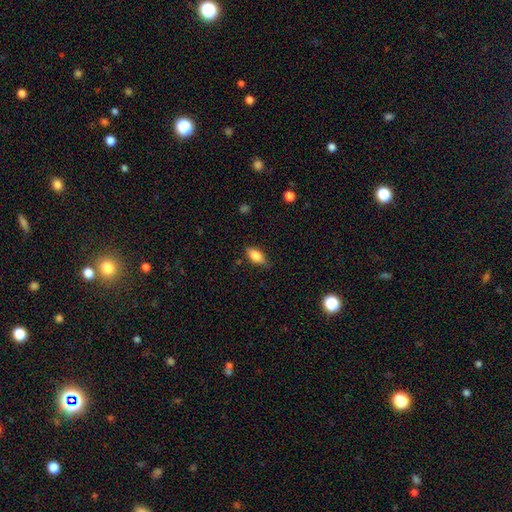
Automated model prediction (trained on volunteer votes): smooth-or-featured: smooth: 82% | featured or disk: 11% | star or artifact: 7%
  how-rounded: in between: 87% | cigar-shaped: 8% | round: 5%
  merging: none: 75% | minor disturbance: 20% | major disturbance: 4% | merger: 1%